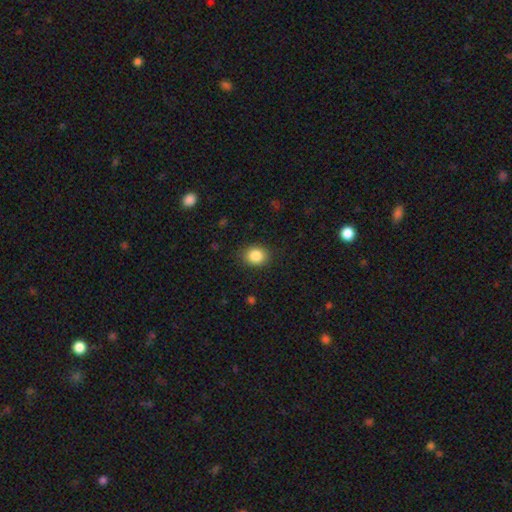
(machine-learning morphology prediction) Smooth or featured? smooth (86%)
How rounded? round (63%)
Merging? none (85%)